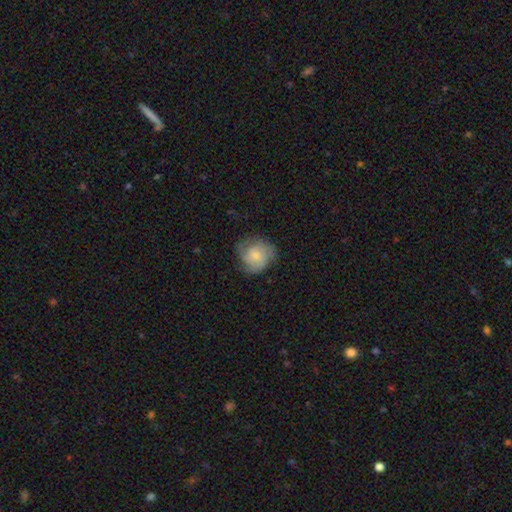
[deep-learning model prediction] Smooth or featured? Predicted: smooth (p=0.51). How rounded? Predicted: round (p=0.78). Merging? Predicted: none (p=0.62).